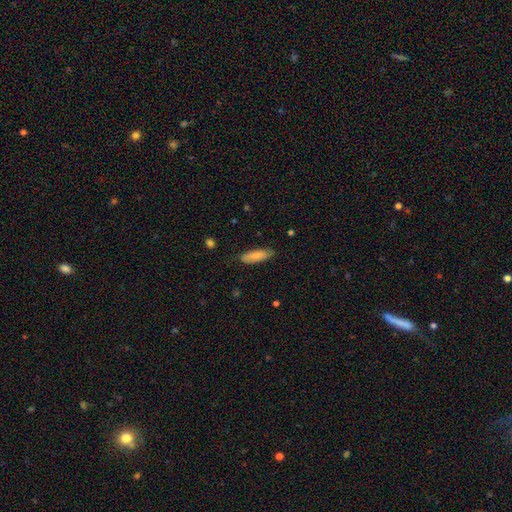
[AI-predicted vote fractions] Q: Smooth or featured?
A: smooth (82%); runner-up: featured or disk (12%)
Q: How rounded?
A: in between (53%); runner-up: cigar-shaped (46%)
Q: Merging?
A: none (81%); runner-up: minor disturbance (15%)